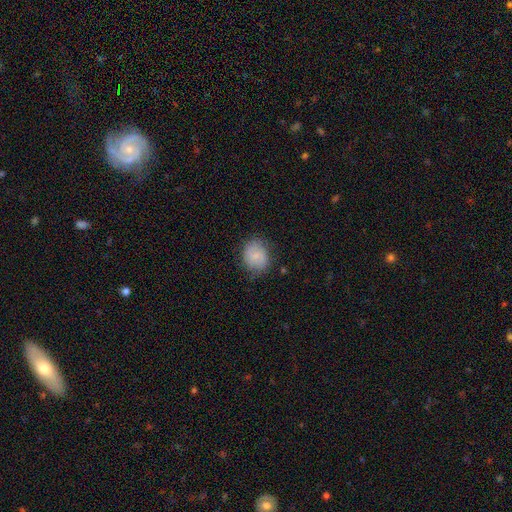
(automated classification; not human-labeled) Q: Smooth or featured?
A: smooth (77%); runner-up: featured or disk (16%)
Q: How rounded?
A: round (68%); runner-up: in between (31%)
Q: Merging?
A: none (76%); runner-up: minor disturbance (18%)